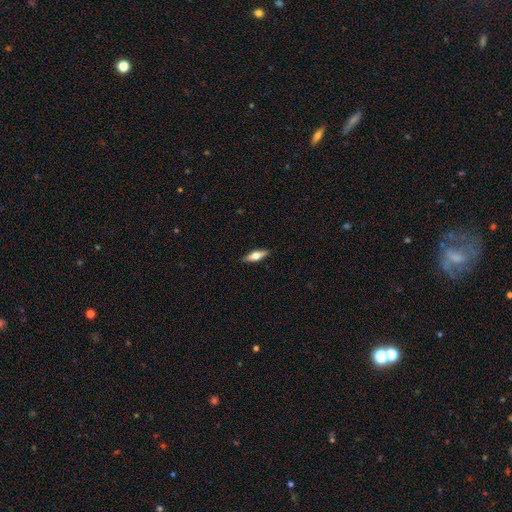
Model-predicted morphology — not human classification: The model was most divided on "smooth or featured": smooth: 47%, featured or disk: 46%, star or artifact: 6%. More confident: merging — none (88%).